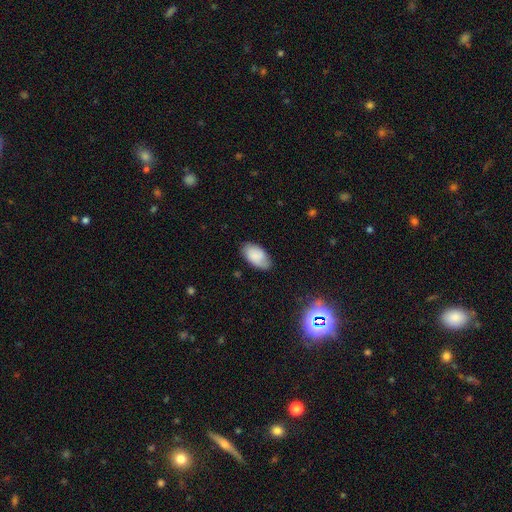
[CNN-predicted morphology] Q: Smooth or featured?
A: smooth (75%); runner-up: featured or disk (18%)
Q: How rounded?
A: in between (94%); runner-up: round (4%)
Q: Merging?
A: none (73%); runner-up: minor disturbance (21%)